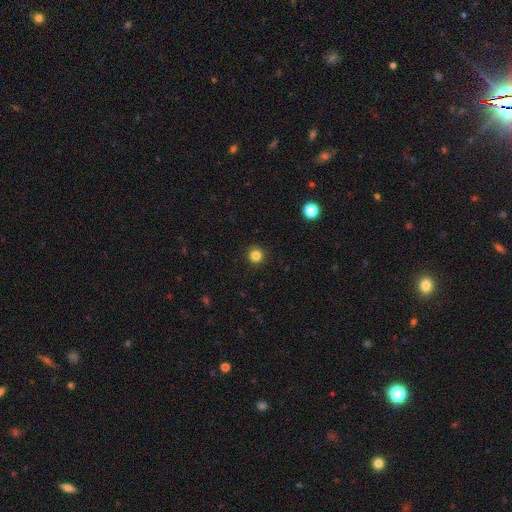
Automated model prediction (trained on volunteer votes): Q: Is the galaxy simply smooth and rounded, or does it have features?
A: smooth — 84%.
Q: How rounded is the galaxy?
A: round — 95%.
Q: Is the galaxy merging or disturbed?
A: none — 93%.